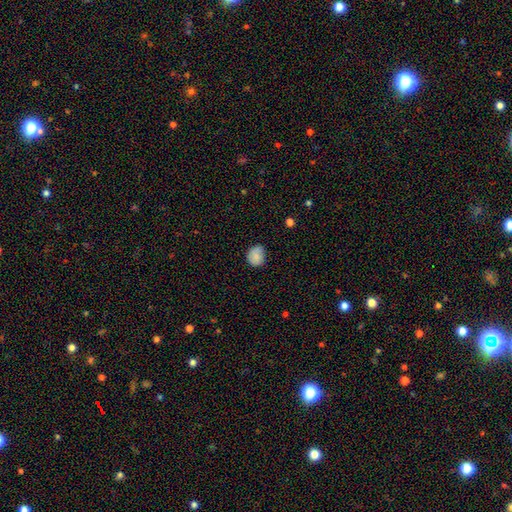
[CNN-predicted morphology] Smooth or featured: smooth — 82% (featured or disk — 11%)
How rounded: round — 63% (in between — 36%)
Merging: none — 69% (minor disturbance — 25%)